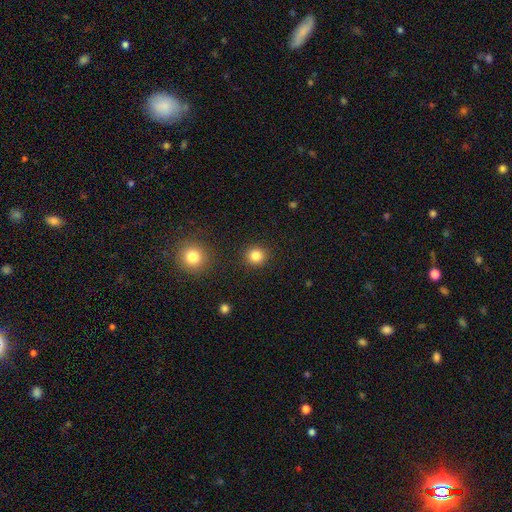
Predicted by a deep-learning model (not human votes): Q: Smooth or featured?
A: smooth (83%); runner-up: star or artifact (12%)
Q: How rounded?
A: round (92%); runner-up: in between (7%)
Q: Merging?
A: none (91%); runner-up: minor disturbance (5%)